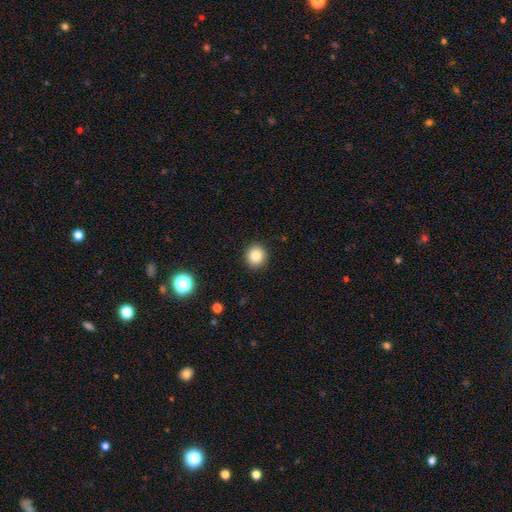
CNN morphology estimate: Smooth or featured?
  - smooth: 85% *
  - star or artifact: 10%
  - featured or disk: 5%
How rounded?
  - round: 92% *
  - in between: 7%
  - cigar-shaped: 1%
Merging?
  - none: 92% *
  - minor disturbance: 5%
  - major disturbance: 2%
  - merger: 1%